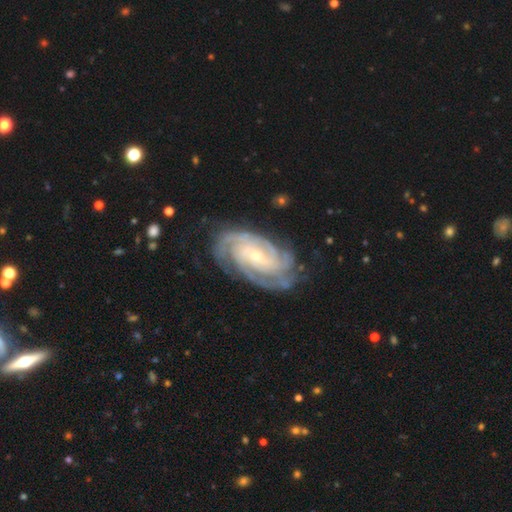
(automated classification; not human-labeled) Smooth or featured? Predicted: featured or disk (p=0.90). Edge-on disk? Predicted: no (p=0.97). Bar? Predicted: no (p=0.52). Spiral arms? Predicted: yes (p=0.98). Spiral winding? Predicted: tight (p=0.72). Spiral arm count? Predicted: 3 (p=0.27, tied with 4). Bulge size? Predicted: small (p=0.71). Merging? Predicted: none (p=0.77).